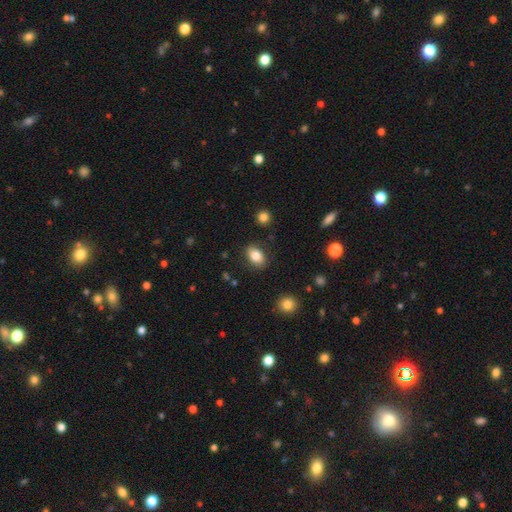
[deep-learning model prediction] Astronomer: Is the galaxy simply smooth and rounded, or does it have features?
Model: smooth — 81%.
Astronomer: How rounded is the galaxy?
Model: in between — 83%.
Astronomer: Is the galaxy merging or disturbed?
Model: none — 85%.